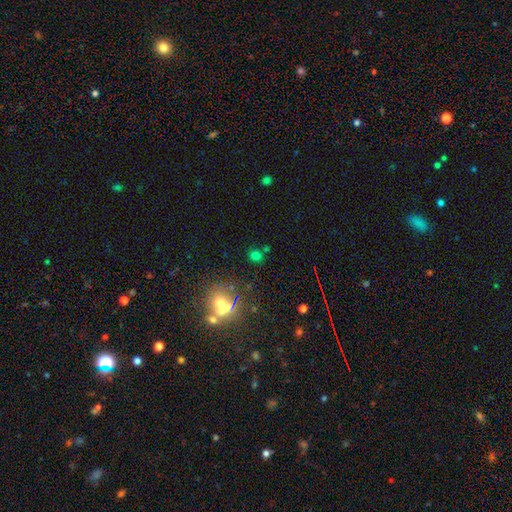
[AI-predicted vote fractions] Smooth or featured: smooth — 66% (star or artifact — 26%)
How rounded: round — 82% (in between — 17%)
Merging: none — 72% (merger — 15%)